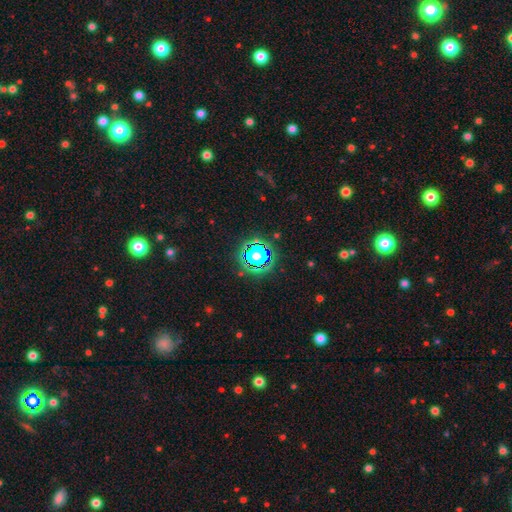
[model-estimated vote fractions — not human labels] Smooth or featured: star or artifact — 55% (smooth — 32%)